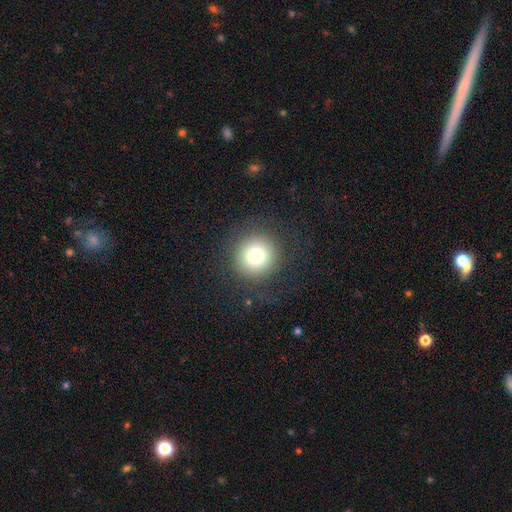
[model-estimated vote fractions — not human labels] The model was most divided on "smooth or featured": smooth: 79%, star or artifact: 12%, featured or disk: 10%. More confident: how rounded — round (94%); merging — none (86%).